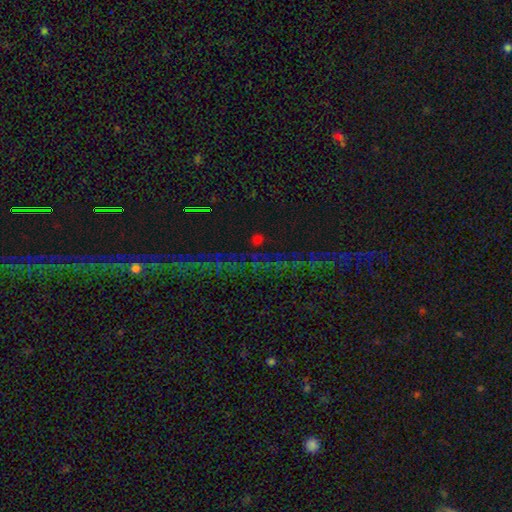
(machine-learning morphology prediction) A star or artifact, not a galaxy (73%).